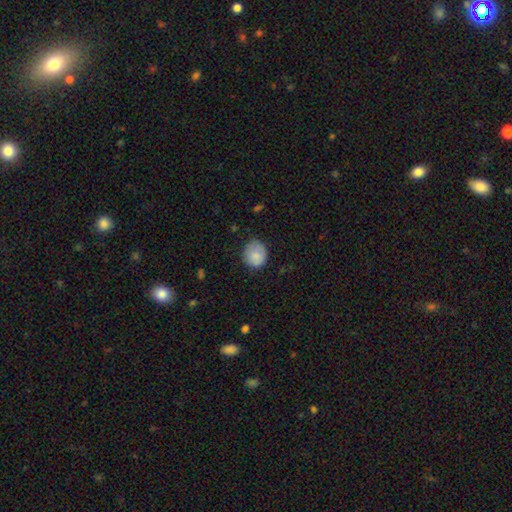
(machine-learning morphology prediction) type=smooth (84%); roundness=round (77%); merging=none (68%).